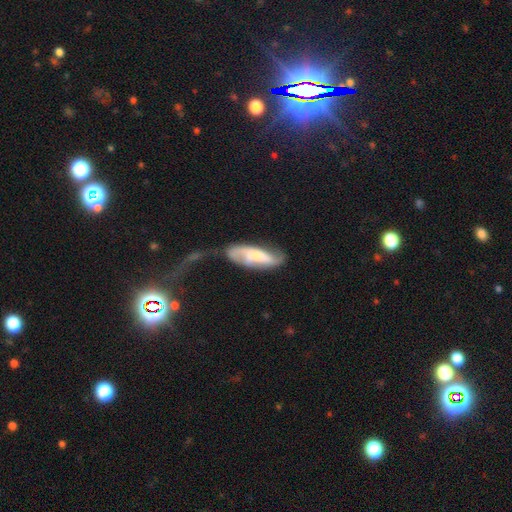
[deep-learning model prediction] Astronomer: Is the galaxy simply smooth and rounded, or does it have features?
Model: featured or disk — 56% (runner-up: smooth, 38%).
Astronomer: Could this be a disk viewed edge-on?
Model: no — 84%.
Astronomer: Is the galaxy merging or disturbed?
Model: none — 41% (runner-up: minor disturbance, 26%).